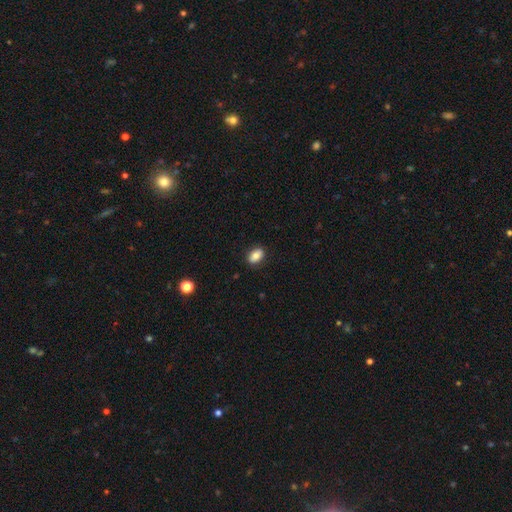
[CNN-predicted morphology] Q: Smooth or featured?
A: smooth (83%); runner-up: featured or disk (8%)
Q: How rounded?
A: in between (86%); runner-up: round (13%)
Q: Merging?
A: none (88%); runner-up: minor disturbance (9%)